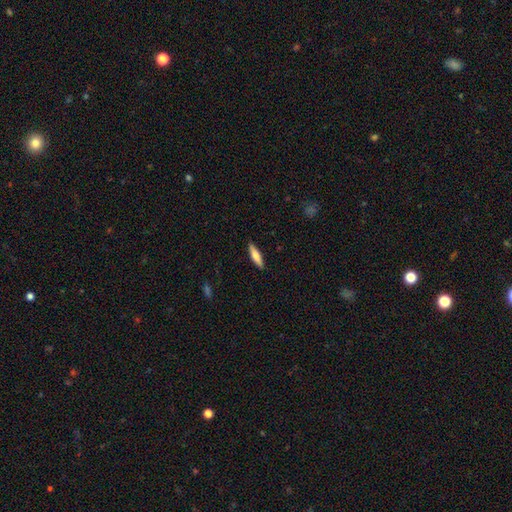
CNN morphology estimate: Smooth or featured?
  - smooth: 66% *
  - featured or disk: 29%
  - star or artifact: 6%
How rounded?
  - cigar-shaped: 68% *
  - in between: 30%
  - round: 2%
Merging?
  - none: 89% *
  - minor disturbance: 8%
  - major disturbance: 2%
  - merger: 1%